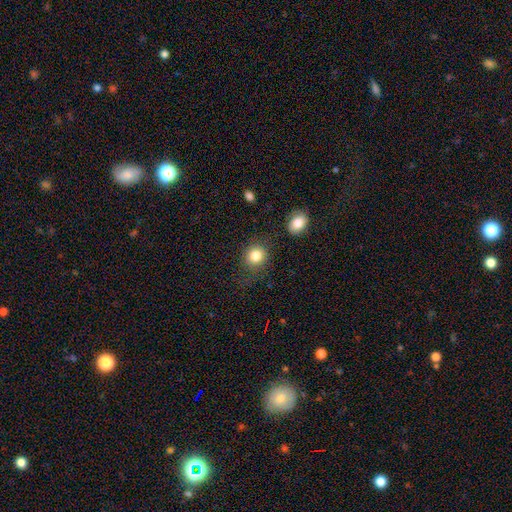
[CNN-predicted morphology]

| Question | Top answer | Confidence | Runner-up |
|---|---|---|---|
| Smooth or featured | smooth | 83% | star or artifact (10%) |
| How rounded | round | 77% | in between (22%) |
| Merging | none | 73% | minor disturbance (15%) |